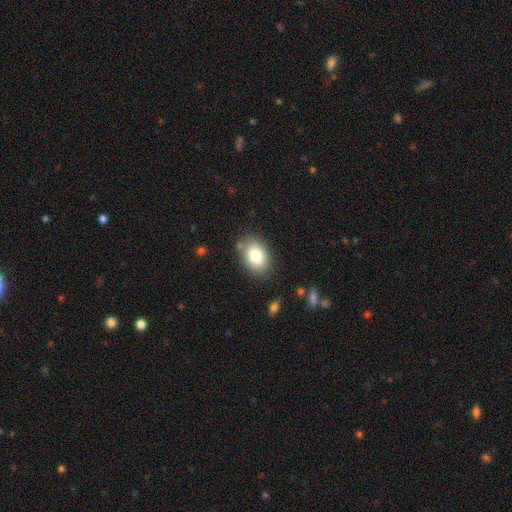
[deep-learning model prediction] Overall: smooth (82%). How rounded: in between (83%). Merging: none (81%).